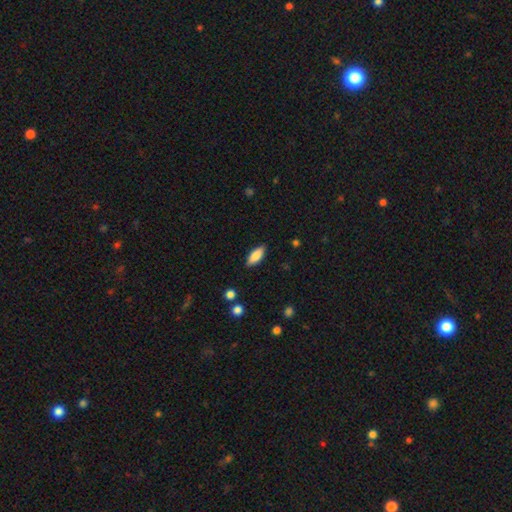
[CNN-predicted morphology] Smooth or featured?
  - smooth: 84% *
  - featured or disk: 10%
  - star or artifact: 6%
How rounded?
  - in between: 75% *
  - cigar-shaped: 23%
  - round: 2%
Merging?
  - none: 87% *
  - minor disturbance: 10%
  - major disturbance: 2%
  - merger: 1%